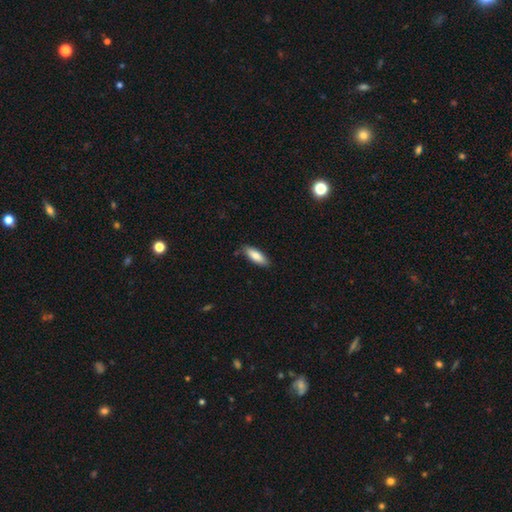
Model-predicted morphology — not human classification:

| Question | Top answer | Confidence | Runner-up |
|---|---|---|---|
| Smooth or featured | smooth | 83% | featured or disk (12%) |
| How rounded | in between | 61% | cigar-shaped (37%) |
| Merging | none | 82% | minor disturbance (14%) |